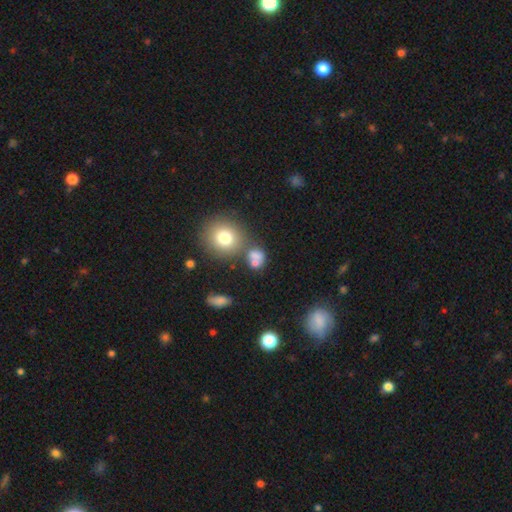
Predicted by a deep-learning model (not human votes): Overall: smooth (72%). How rounded: round (70%). Merging: none (45%; merger 33%).